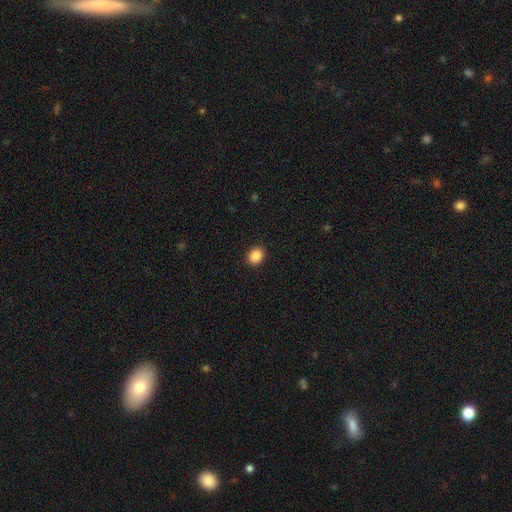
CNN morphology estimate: Smooth or featured? Predicted: smooth (p=0.88). How rounded? Predicted: round (p=0.60). Merging? Predicted: none (p=0.91).